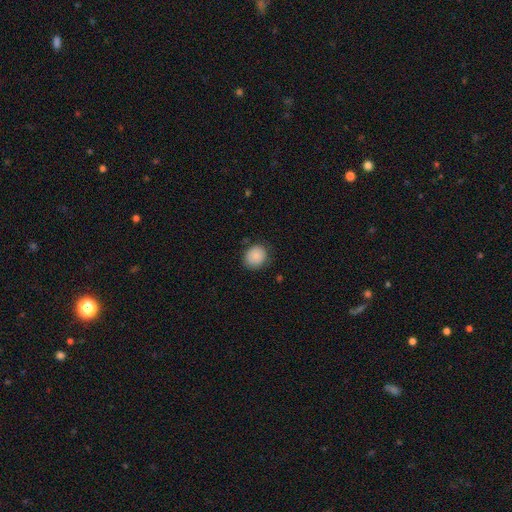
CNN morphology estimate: type=smooth (84%); roundness=round (78%); merging=none (81%).